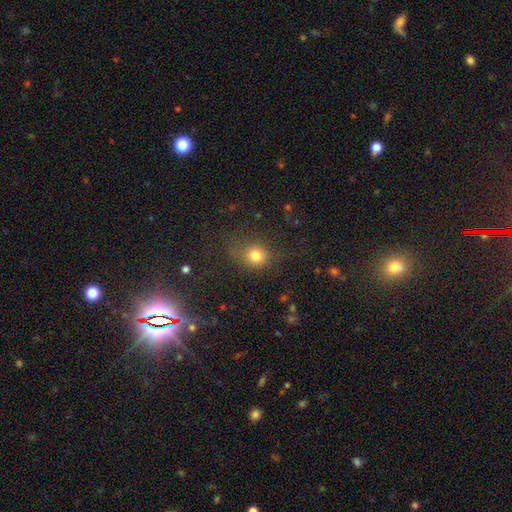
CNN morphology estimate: Smooth or featured?
  - smooth: 76% *
  - star or artifact: 16%
  - featured or disk: 8%
How rounded?
  - round: 73% *
  - in between: 25%
  - cigar-shaped: 2%
Merging?
  - none: 72% *
  - minor disturbance: 16%
  - major disturbance: 10%
  - merger: 2%